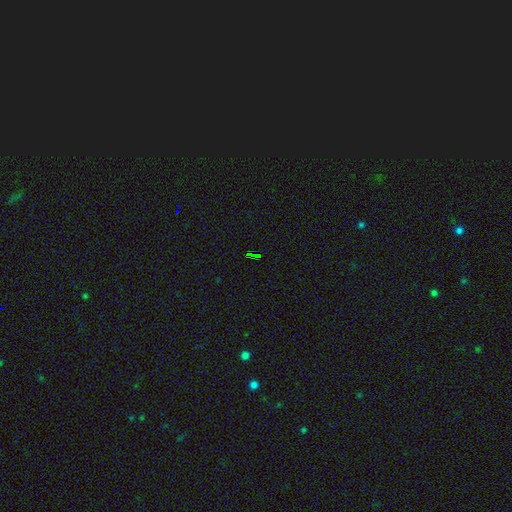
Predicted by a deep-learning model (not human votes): star or artifact 77%, smooth 13%, featured or disk 10%.